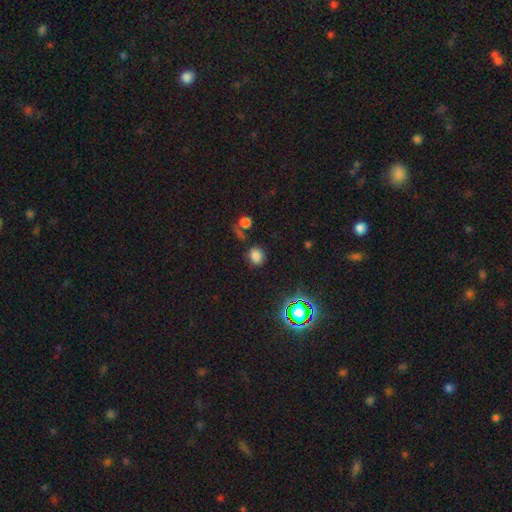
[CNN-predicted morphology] This is likely a smooth galaxy (75%). How rounded: likely round (63%). Merging: likely none (76%).